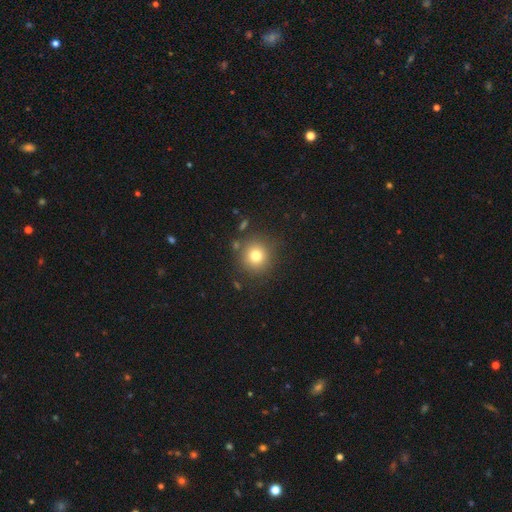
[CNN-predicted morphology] smooth_or_featured: smooth (p=0.76) [alt: star or artifact p=0.14]
how_rounded: round (p=0.94) [alt: in between p=0.05]
merging: none (p=0.84) [alt: minor disturbance p=0.08]